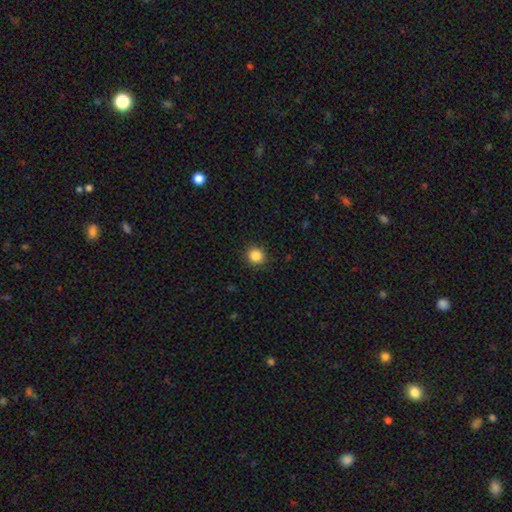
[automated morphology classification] smooth 86%, star or artifact 10%, featured or disk 4%. Down the decision tree: how rounded — round (89%); merging — none (90%).